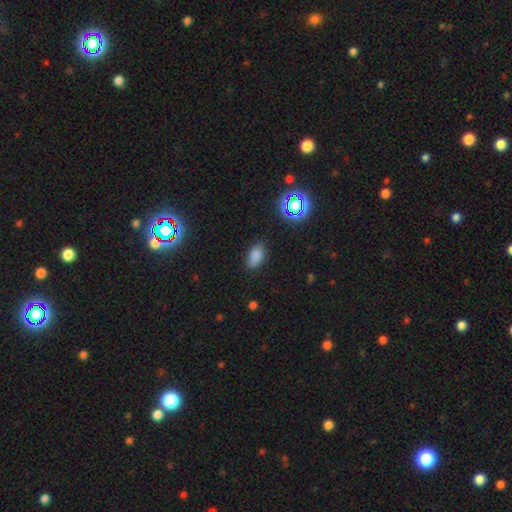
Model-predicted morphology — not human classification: The model was most divided on "smooth or featured": smooth: 79%, star or artifact: 14%, featured or disk: 6%. More confident: how rounded — in between (90%); merging — none (80%).